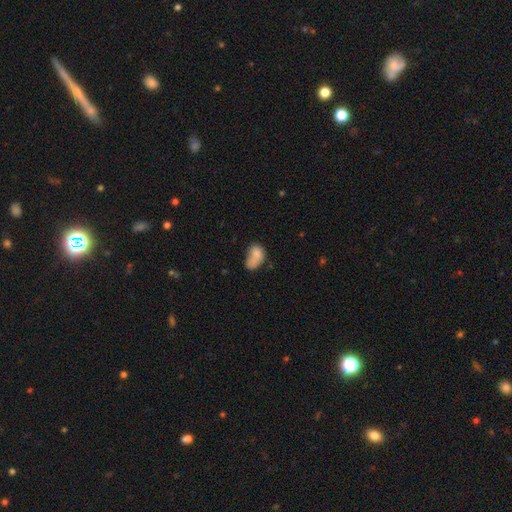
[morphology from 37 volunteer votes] A smooth galaxy with no disk features (84%) that is in between round and cigar-shaped (65%). Merging: merger (38%).